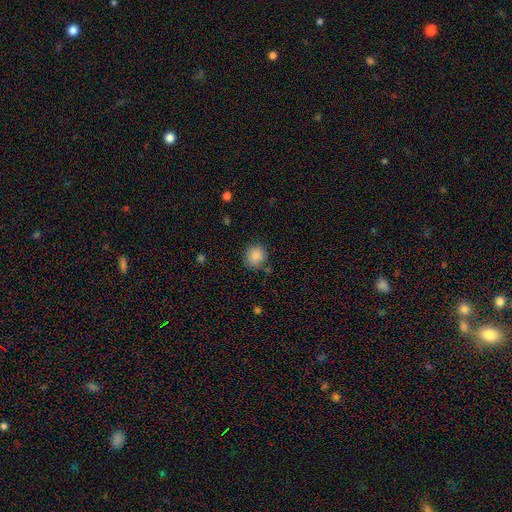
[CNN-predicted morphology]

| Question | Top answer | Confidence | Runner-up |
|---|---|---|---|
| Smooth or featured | smooth | 87% | star or artifact (9%) |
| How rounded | round | 85% | in between (15%) |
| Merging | none | 81% | minor disturbance (12%) |